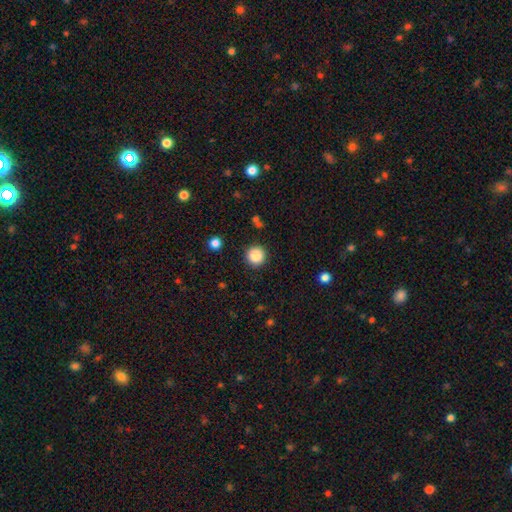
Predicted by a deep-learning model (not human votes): The model was most divided on "smooth or featured": smooth: 87%, star or artifact: 9%, featured or disk: 3%. More confident: how rounded — round (95%); merging — none (90%).